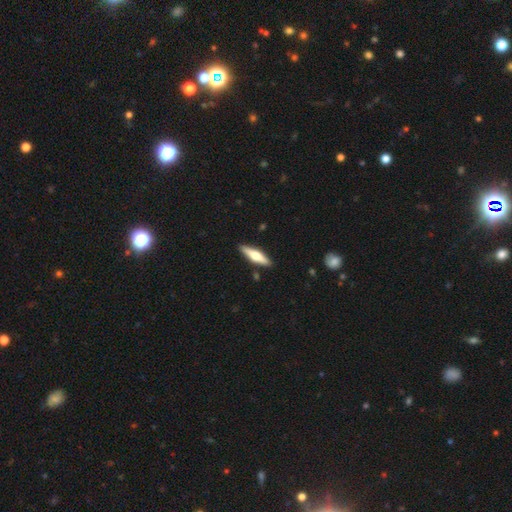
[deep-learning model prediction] The model was most divided on "smooth or featured": featured or disk: 53%, smooth: 42%, star or artifact: 5%. More confident: edge-on disk — yes (95%); edge-on bulge — rounded (92%); merging — none (89%).